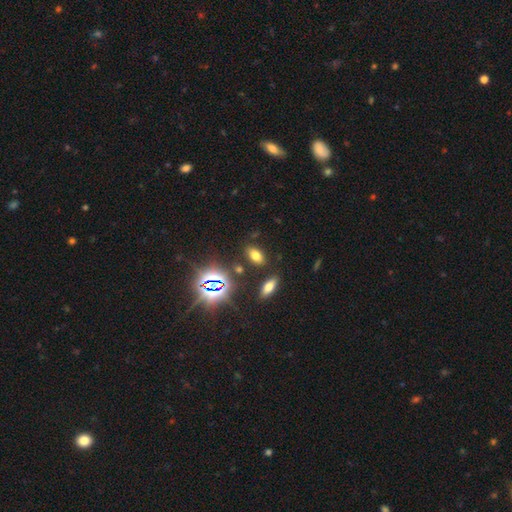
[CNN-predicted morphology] smooth_or_featured: smooth (p=0.62) [alt: star or artifact p=0.28]
how_rounded: in between (p=0.85) [alt: round p=0.09]
merging: none (p=0.85) [alt: minor disturbance p=0.08]